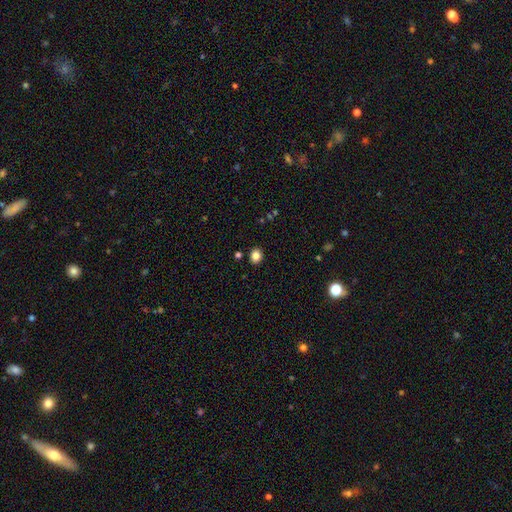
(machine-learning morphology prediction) This appears to be a smooth galaxy with no disk features (84%) that is round (66%). Merging: none (89%).